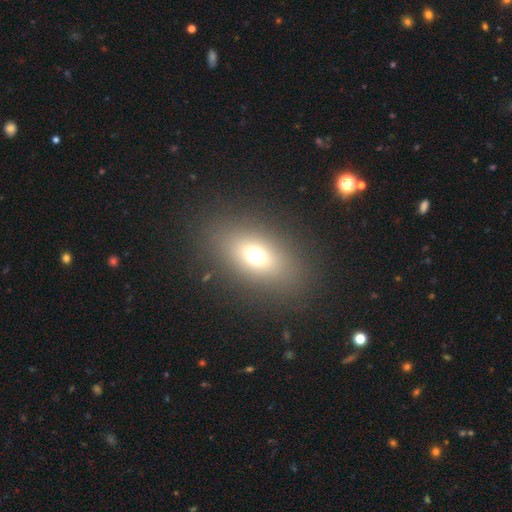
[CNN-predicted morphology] A smooth galaxy with no disk features (65%) that is in between round and cigar-shaped (73%).

Vote fractions:
- Smooth or featured? smooth: 65% / star or artifact: 19% / featured or disk: 16%
- How rounded? in between: 73% / round: 24% / cigar-shaped: 4%
- Merging? none: 84% / minor disturbance: 8% / major disturbance: 6% / merger: 1%